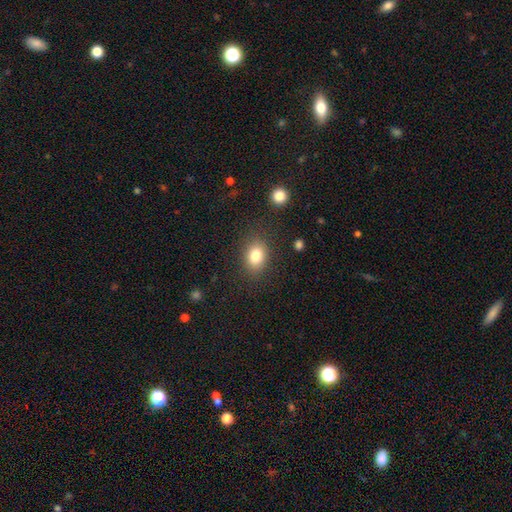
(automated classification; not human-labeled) smooth_or_featured: smooth (p=0.81) [alt: star or artifact p=0.10]
how_rounded: in between (p=0.65) [alt: round p=0.34]
merging: none (p=0.83) [alt: minor disturbance p=0.11]